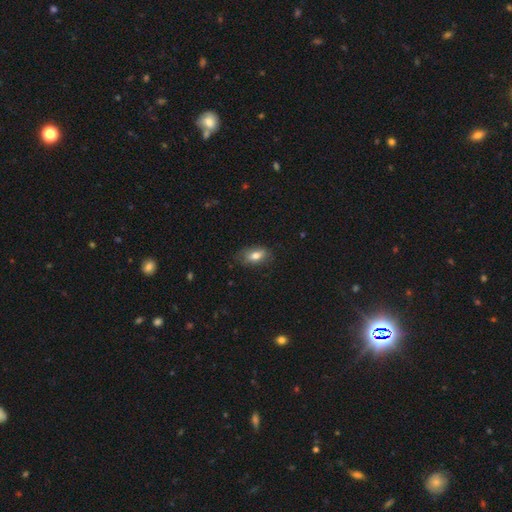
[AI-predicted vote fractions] The model was most divided on "merging": none: 71%, minor disturbance: 22%, major disturbance: 6%, merger: 1%. More confident: how rounded — in between (87%); smooth or featured — smooth (77%).